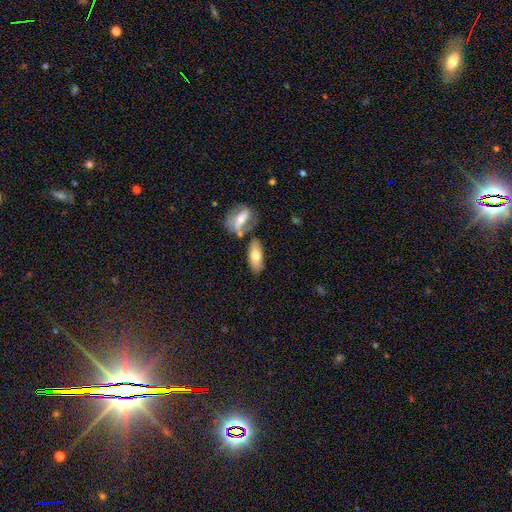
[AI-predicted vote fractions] Smooth or featured: smooth — 63% (featured or disk — 31%)
How rounded: in between — 78% (cigar-shaped — 19%)
Merging: none — 61% (merger — 20%)